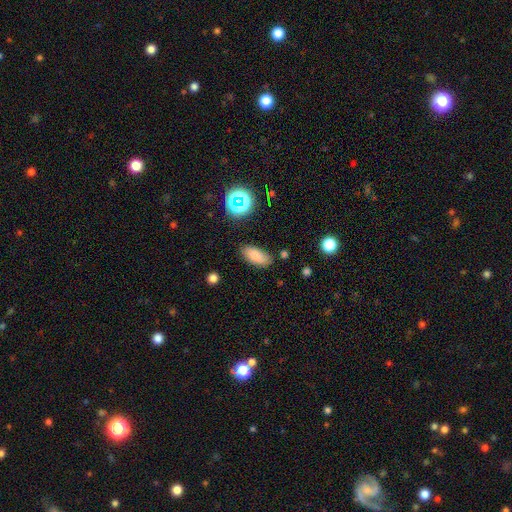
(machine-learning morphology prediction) smooth_or_featured: smooth (p=0.81) [alt: star or artifact p=0.11]
how_rounded: in between (p=0.87) [alt: cigar-shaped p=0.10]
merging: none (p=0.80) [alt: minor disturbance p=0.14]